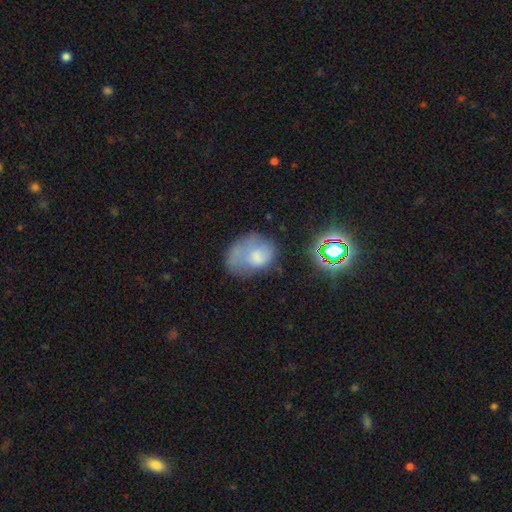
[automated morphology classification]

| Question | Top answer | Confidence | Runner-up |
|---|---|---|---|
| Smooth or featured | smooth | 58% | featured or disk (28%) |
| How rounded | in between | 67% | round (32%) |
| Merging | none | 32% | major disturbance (31%) |